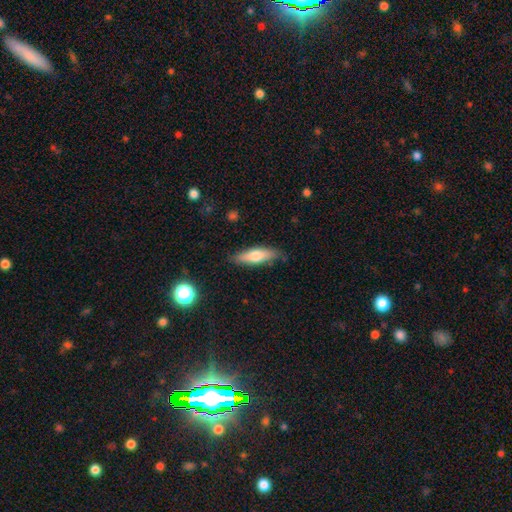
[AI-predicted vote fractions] A smooth galaxy with no disk features (66%) that is cigar-shaped (56%). Merging: none (83%).